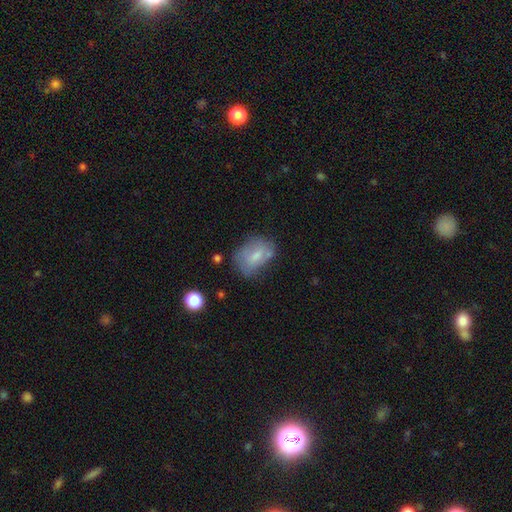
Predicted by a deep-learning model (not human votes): A smooth galaxy with no disk features (61%) that is in between round and cigar-shaped (80%). Merging: none (50%).